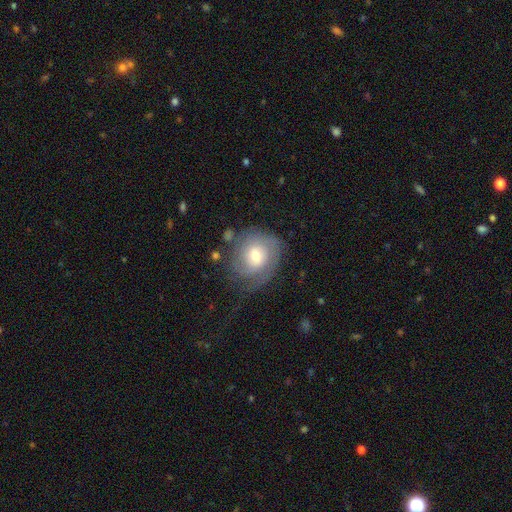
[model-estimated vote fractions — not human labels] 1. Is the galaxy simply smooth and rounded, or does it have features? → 57% featured or disk, 35% smooth, 8% star or artifact.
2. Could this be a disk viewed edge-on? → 96% no, 4% yes.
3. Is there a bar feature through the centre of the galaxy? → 56% no, 37% weak, 7% strong.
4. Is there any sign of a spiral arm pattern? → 81% yes, 19% no.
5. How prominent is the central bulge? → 64% moderate, 27% small, 7% large, 1% dominant, 1% none.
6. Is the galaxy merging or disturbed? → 58% none, 23% minor disturbance, 16% major disturbance, 3% merger.